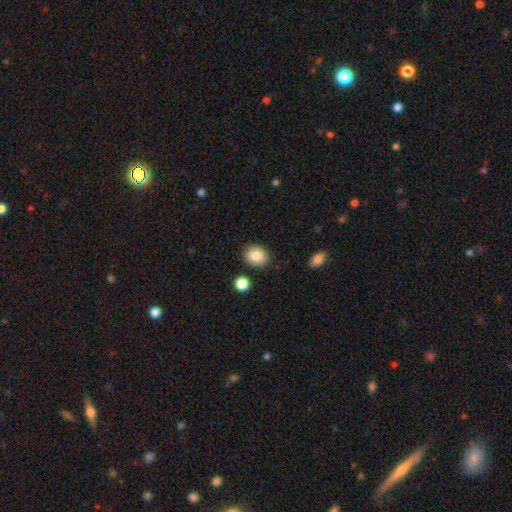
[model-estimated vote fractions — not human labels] A smooth galaxy with no disk features (85%) that is round (51%). Merging: none (87%).